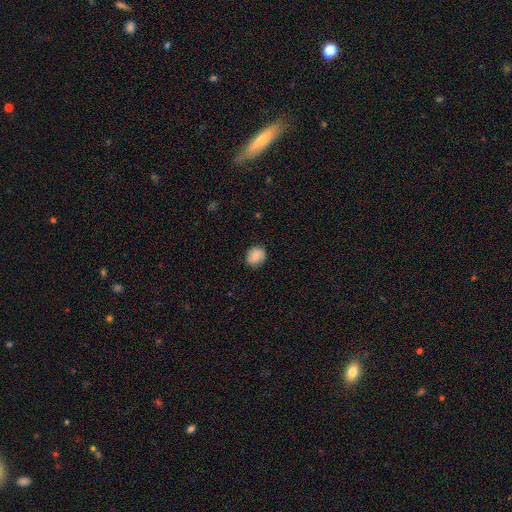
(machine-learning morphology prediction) Smooth or featured? Predicted: smooth (p=0.83). How rounded? Predicted: round (p=0.74). Merging? Predicted: none (p=0.84).